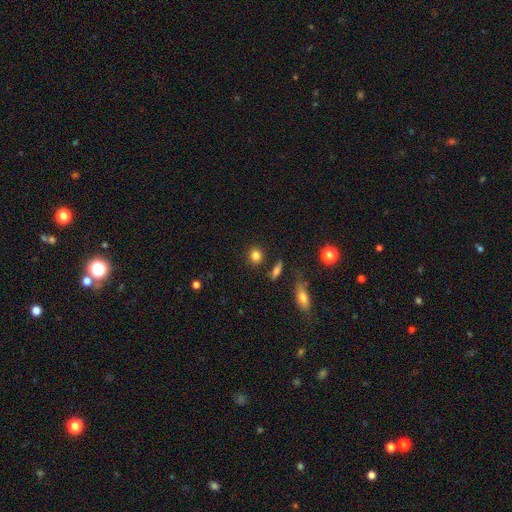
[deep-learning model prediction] Smooth or featured: smooth — 83% (star or artifact — 10%)
How rounded: round — 79% (in between — 19%)
Merging: none — 85% (minor disturbance — 8%)